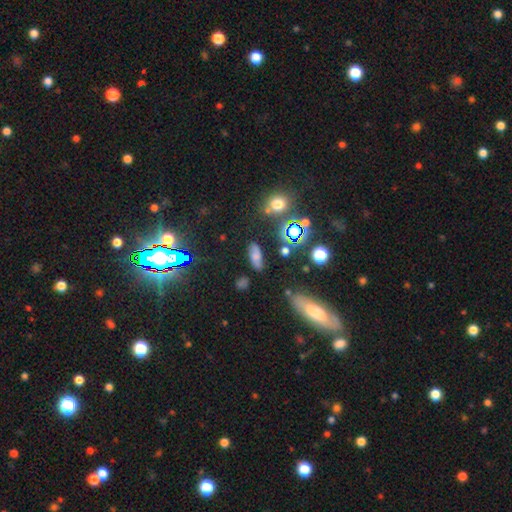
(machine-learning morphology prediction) The model was most divided on "smooth or featured": smooth: 61%, star or artifact: 21%, featured or disk: 18%. More confident: merging — none (77%); how rounded — in between (69%).